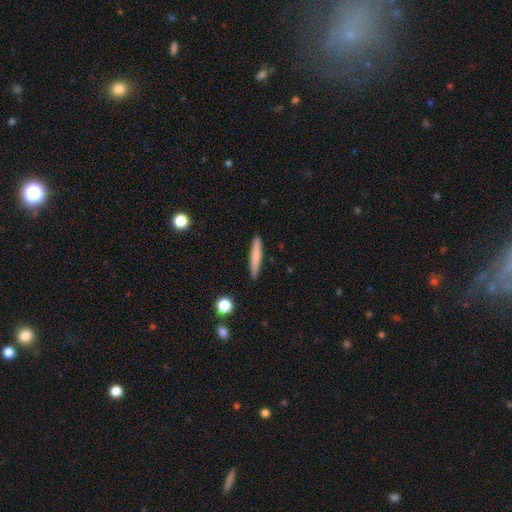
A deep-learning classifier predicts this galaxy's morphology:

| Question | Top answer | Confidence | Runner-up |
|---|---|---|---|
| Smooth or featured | smooth | 74% | featured or disk (20%) |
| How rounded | cigar-shaped | 94% | in between (5%) |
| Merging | none | 90% | minor disturbance (7%) |